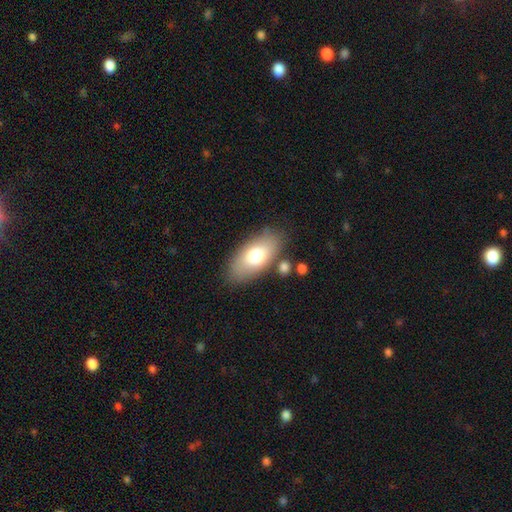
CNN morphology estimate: smooth-or-featured: smooth: 72% | featured or disk: 21% | star or artifact: 7%
  how-rounded: in between: 92% | cigar-shaped: 5% | round: 4%
  merging: none: 80% | minor disturbance: 12% | merger: 4% | major disturbance: 4%